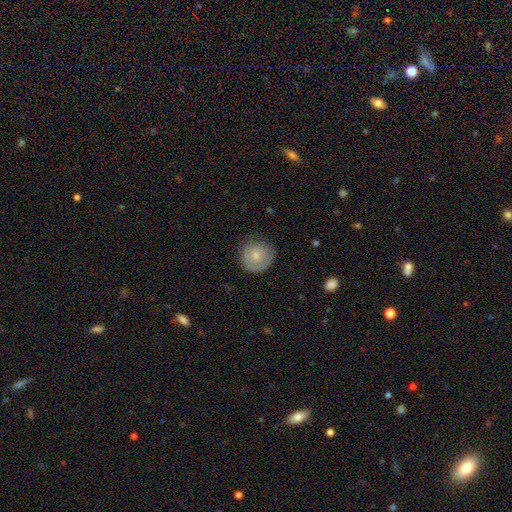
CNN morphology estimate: This appears to be a smooth galaxy with no disk features (67%) that is round (86%). Merging: none (70%).